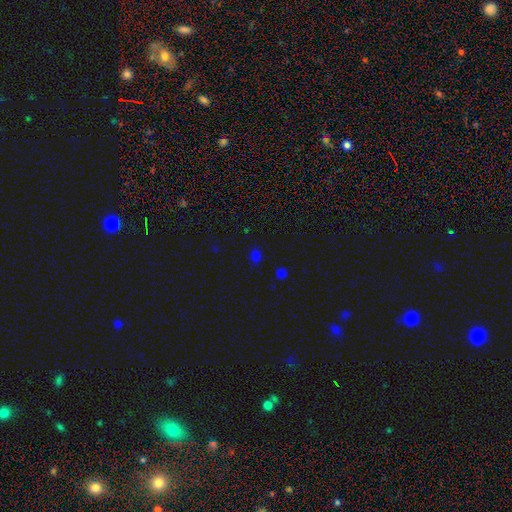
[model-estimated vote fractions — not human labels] This is likely a smooth galaxy (63%). How rounded: possibly round (52%). Merging: clearly none (82%).